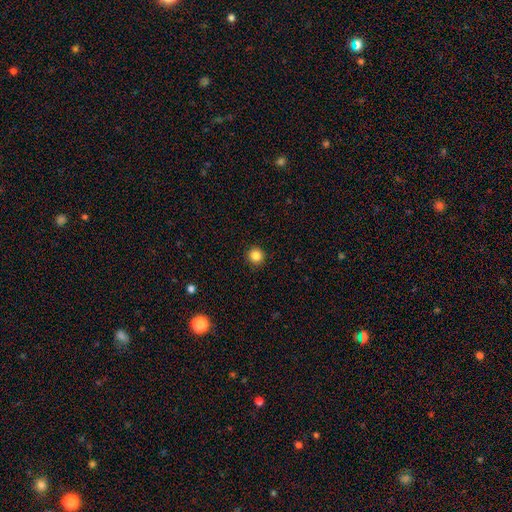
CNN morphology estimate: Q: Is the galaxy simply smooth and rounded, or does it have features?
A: smooth — 85%.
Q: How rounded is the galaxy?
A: round — 94%.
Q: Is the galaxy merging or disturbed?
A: none — 92%.